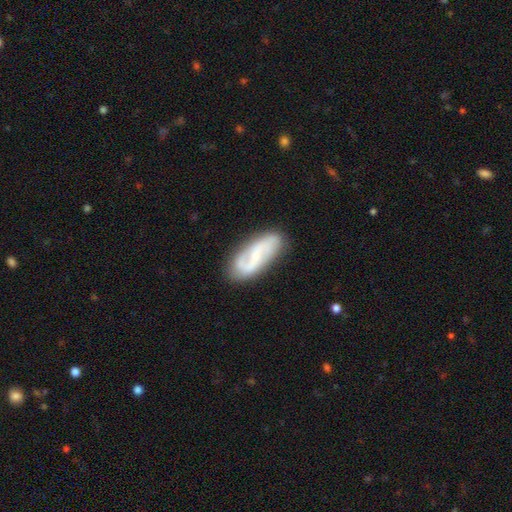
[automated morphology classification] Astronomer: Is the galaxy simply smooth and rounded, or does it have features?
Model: featured or disk — 73%.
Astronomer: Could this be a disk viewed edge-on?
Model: no — 93%.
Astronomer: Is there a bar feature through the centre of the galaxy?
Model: no — 42% (runner-up: weak, 40%).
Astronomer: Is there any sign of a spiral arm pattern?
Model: yes — 91%.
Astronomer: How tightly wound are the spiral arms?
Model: loose — 46% (runner-up: medium, 36%).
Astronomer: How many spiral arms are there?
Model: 2 — 85%.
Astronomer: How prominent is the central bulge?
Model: small — 67%.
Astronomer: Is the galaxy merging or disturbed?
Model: none — 80%.